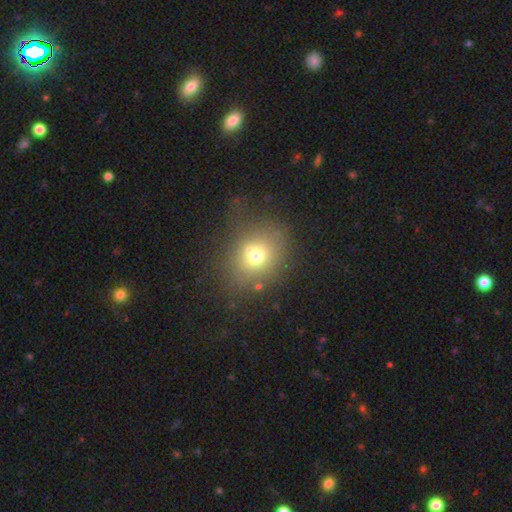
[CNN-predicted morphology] Q: Smooth or featured?
A: smooth (67%); runner-up: featured or disk (17%)
Q: How rounded?
A: round (59%); runner-up: in between (40%)
Q: Merging?
A: none (60%); runner-up: minor disturbance (17%)